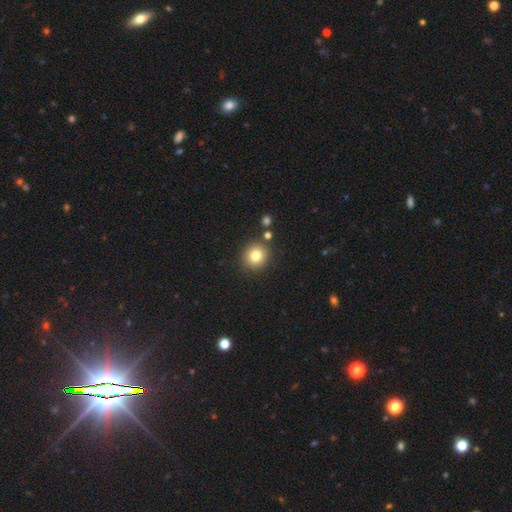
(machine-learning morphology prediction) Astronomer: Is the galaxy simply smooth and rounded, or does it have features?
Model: smooth — 80%.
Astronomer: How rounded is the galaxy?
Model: round — 86%.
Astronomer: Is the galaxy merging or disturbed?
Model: none — 85%.